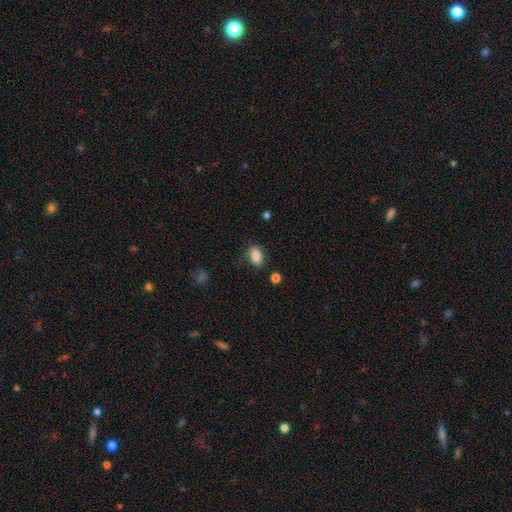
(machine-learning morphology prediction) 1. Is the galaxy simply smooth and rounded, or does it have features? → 81% smooth, 10% featured or disk, 9% star or artifact.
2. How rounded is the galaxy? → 72% in between, 27% round, 1% cigar-shaped.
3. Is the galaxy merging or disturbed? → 67% none, 23% minor disturbance, 8% major disturbance, 2% merger.